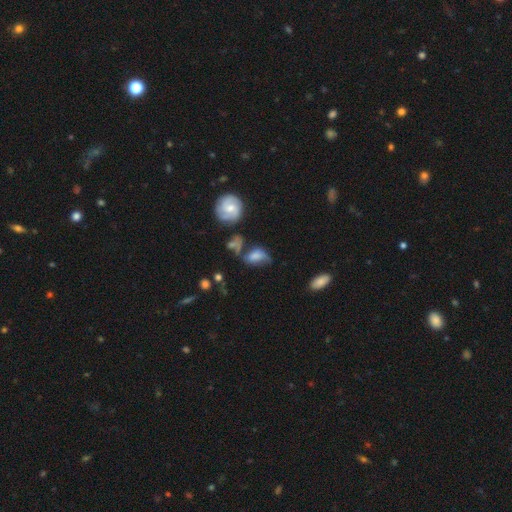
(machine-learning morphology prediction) This is possibly a smooth galaxy (47%). Merging: marginally none (38%).